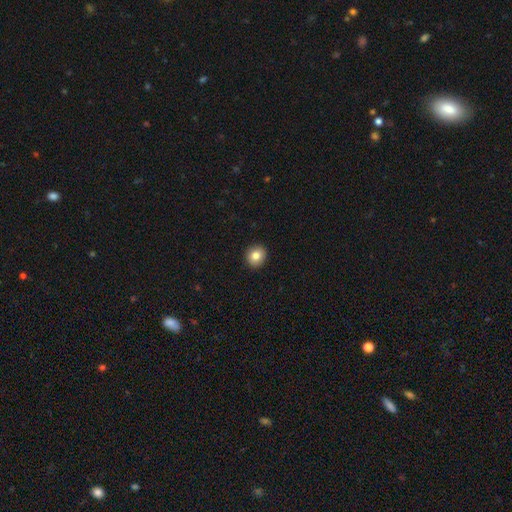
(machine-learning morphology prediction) Smooth or featured?
  - smooth: 83% *
  - star or artifact: 9%
  - featured or disk: 8%
How rounded?
  - round: 83% *
  - in between: 16%
  - cigar-shaped: 1%
Merging?
  - none: 92% *
  - minor disturbance: 5%
  - major disturbance: 1%
  - merger: 1%